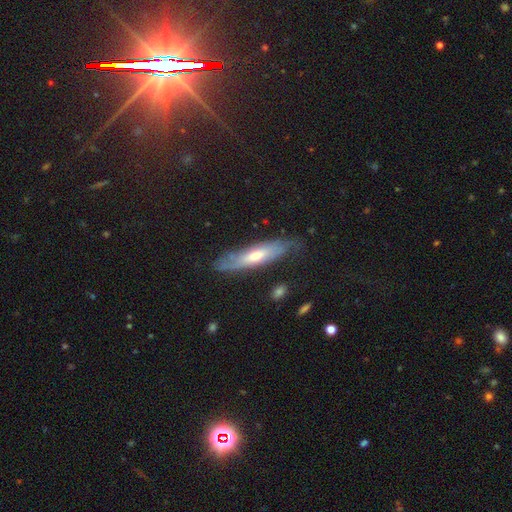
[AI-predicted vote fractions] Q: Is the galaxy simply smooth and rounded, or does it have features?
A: featured or disk — 56%.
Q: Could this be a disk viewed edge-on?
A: yes — 51%.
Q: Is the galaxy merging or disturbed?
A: none — 68%.